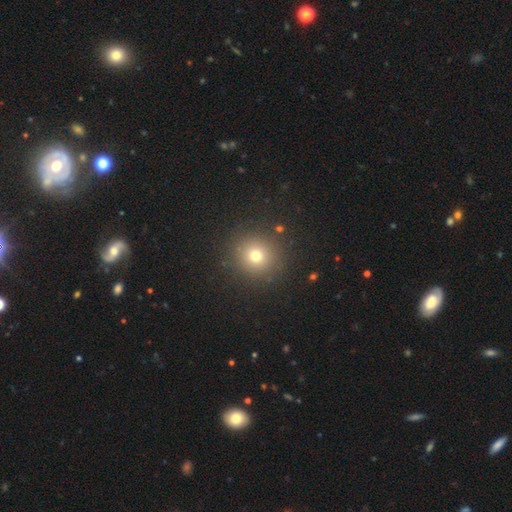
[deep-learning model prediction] A smooth galaxy with no disk features (72%) that is round (93%). Merging: none (89%).